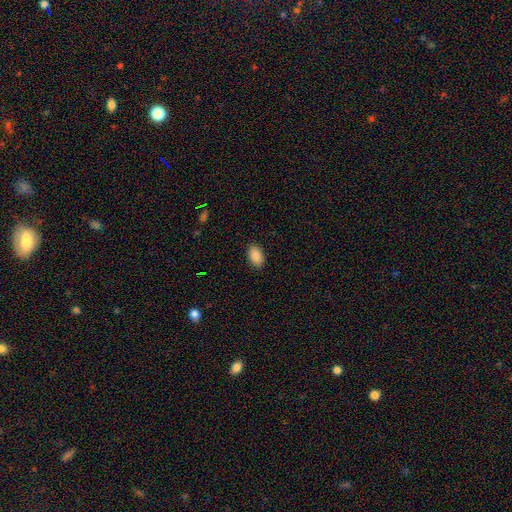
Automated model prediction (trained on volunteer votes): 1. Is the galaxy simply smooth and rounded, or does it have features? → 89% smooth, 8% star or artifact, 4% featured or disk.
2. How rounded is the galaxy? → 91% in between, 7% round, 1% cigar-shaped.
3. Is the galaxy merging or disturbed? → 88% none, 9% minor disturbance, 2% major disturbance, 1% merger.